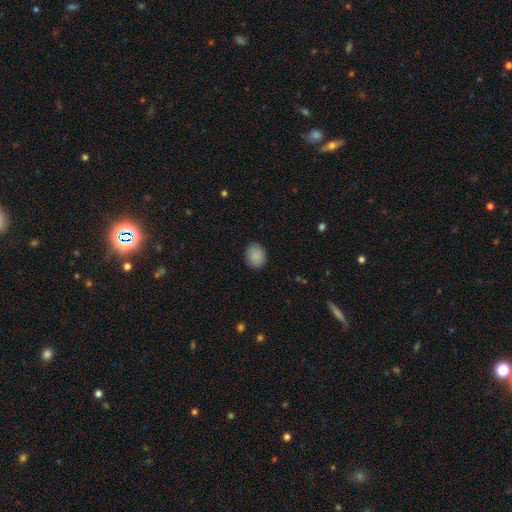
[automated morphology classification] Smooth or featured: smooth — 87% (star or artifact — 7%)
How rounded: round — 57% (in between — 42%)
Merging: none — 87% (minor disturbance — 10%)